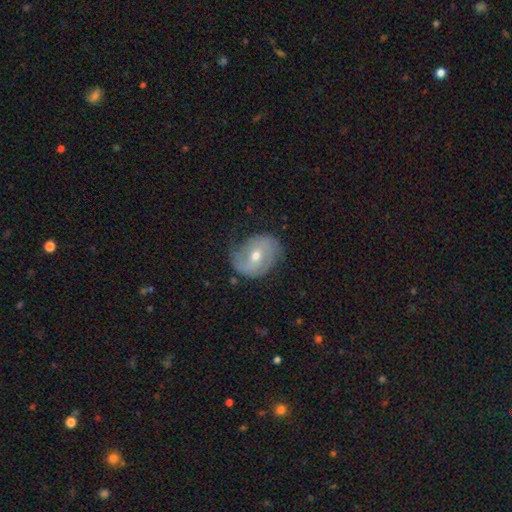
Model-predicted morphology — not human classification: smooth_or_featured: featured or disk (p=0.67) [alt: smooth p=0.26]
disk_edge_on: no (p=0.96) [alt: yes p=0.04]
bar: weak (p=0.42) [alt: no p=0.41]
has_spiral_arms: yes (p=0.81) [alt: no p=0.19]
spiral_winding: medium (p=0.39) [alt: tight p=0.35]
spiral_arm_count: 2 (p=0.72) [alt: can't tell p=0.15]
bulge_size: moderate (p=0.65) [alt: small p=0.31]
merging: none (p=0.67) [alt: minor disturbance p=0.23]